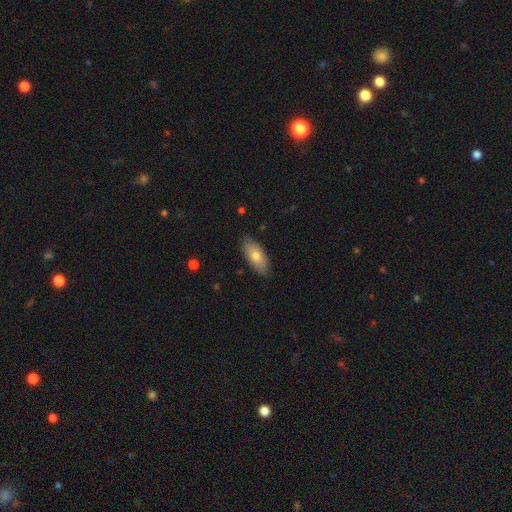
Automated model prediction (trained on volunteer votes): Smooth or featured?
  - smooth: 75% *
  - featured or disk: 19%
  - star or artifact: 6%
How rounded?
  - in between: 84% *
  - cigar-shaped: 13%
  - round: 3%
Merging?
  - none: 86% *
  - minor disturbance: 11%
  - major disturbance: 2%
  - merger: 1%